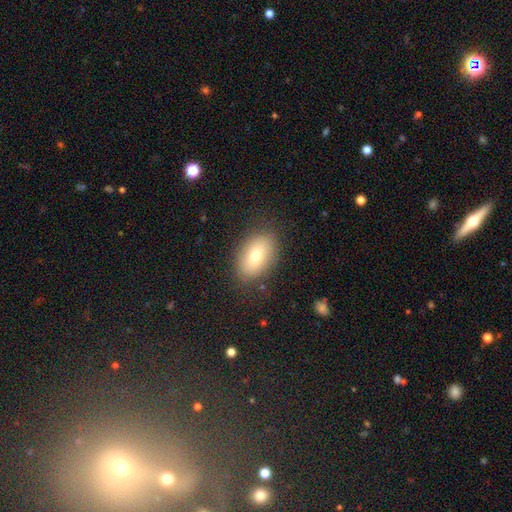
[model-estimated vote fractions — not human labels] smooth 75%, featured or disk 17%, star or artifact 9%. Down the decision tree: how rounded — in between (88%); merging — none (83%).